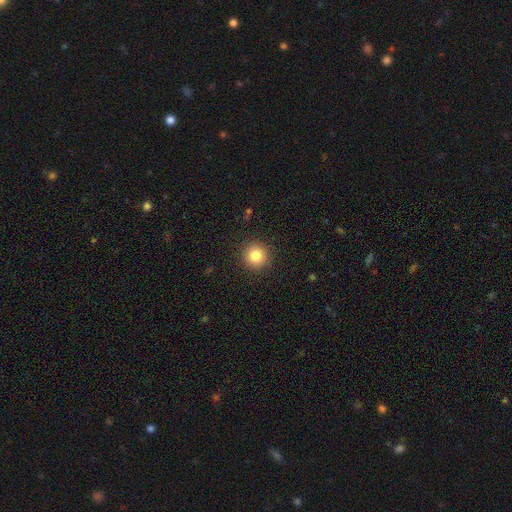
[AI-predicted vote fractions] This is clearly a smooth galaxy (84%). How rounded: clearly round (95%). Merging: clearly none (91%).